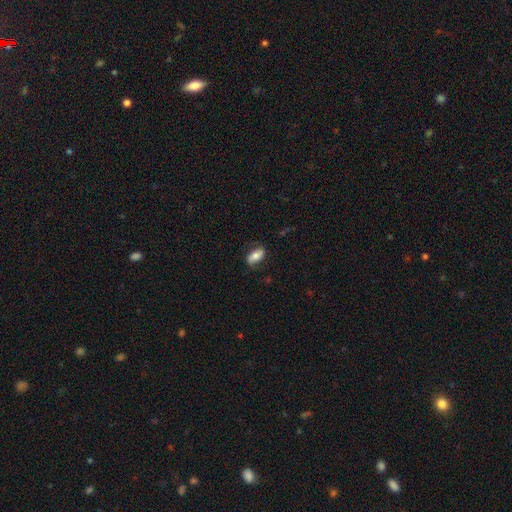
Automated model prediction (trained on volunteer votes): The model was most divided on "smooth or featured": smooth: 70%, featured or disk: 23%, star or artifact: 7%. More confident: how rounded — in between (90%); merging — none (76%).